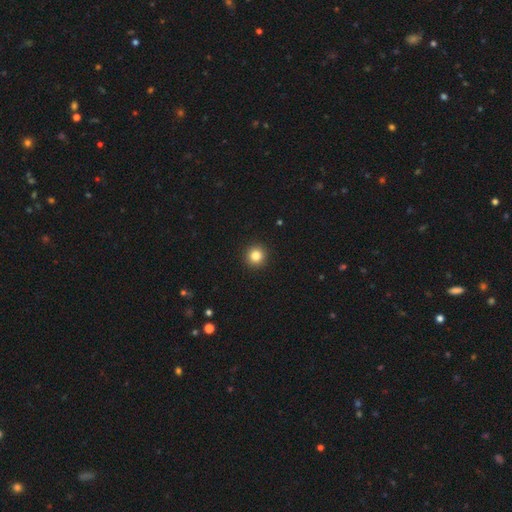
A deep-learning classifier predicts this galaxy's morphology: This appears to be a smooth galaxy with no disk features (83%) that is round (95%). Merging: none (94%).